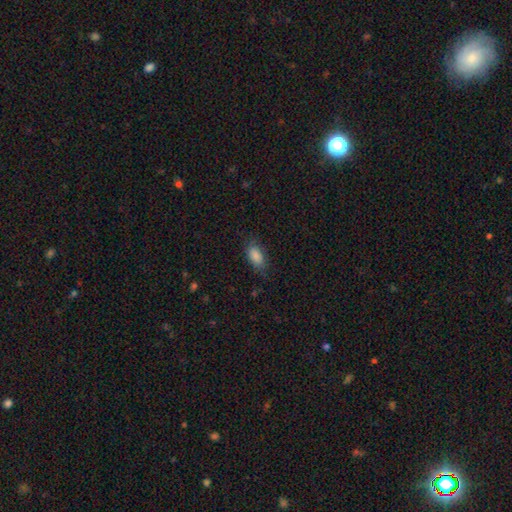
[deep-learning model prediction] A smooth galaxy with no disk features (86%) that is in between round and cigar-shaped (90%).

Vote fractions:
- Smooth or featured? smooth: 86% / star or artifact: 8% / featured or disk: 6%
- How rounded? in between: 90% / round: 5% / cigar-shaped: 5%
- Merging? none: 72% / minor disturbance: 21% / major disturbance: 6% / merger: 1%